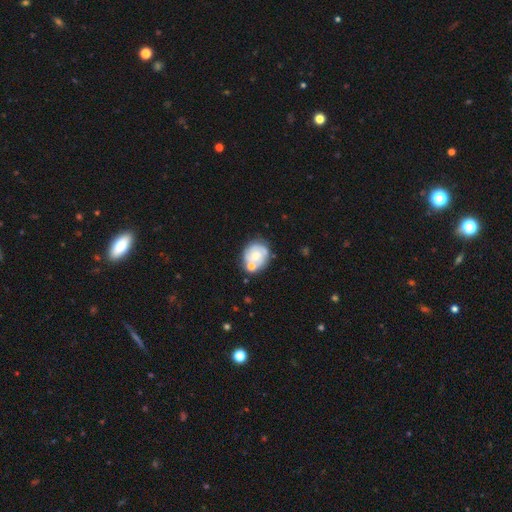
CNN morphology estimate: Smooth or featured?
  - featured or disk: 51% *
  - smooth: 42%
  - star or artifact: 8%
Edge-on disk?
  - no: 97% *
  - yes: 3%
Merging?
  - none: 54% *
  - minor disturbance: 19%
  - merger: 19%
  - major disturbance: 7%